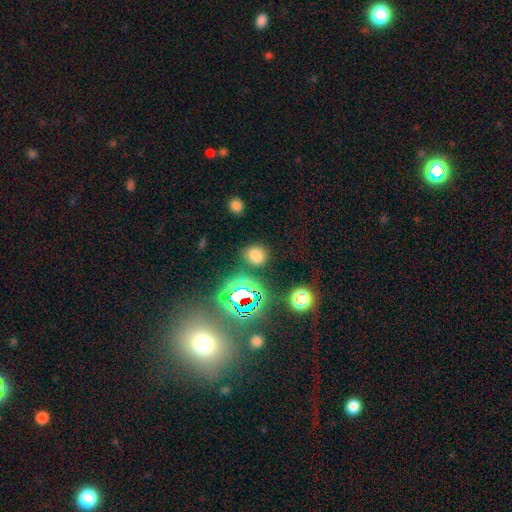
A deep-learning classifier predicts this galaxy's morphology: Q: Smooth or featured?
A: smooth (68%); runner-up: star or artifact (25%)
Q: How rounded?
A: round (71%); runner-up: in between (28%)
Q: Merging?
A: none (79%); runner-up: minor disturbance (12%)